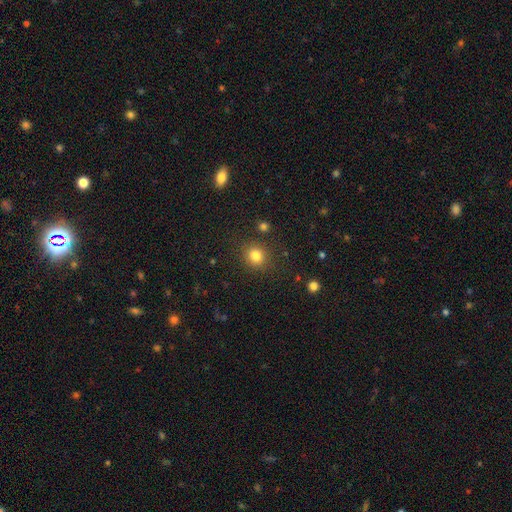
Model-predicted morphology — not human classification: A smooth galaxy with no disk features (82%) that is round (86%). Merging: none (87%).